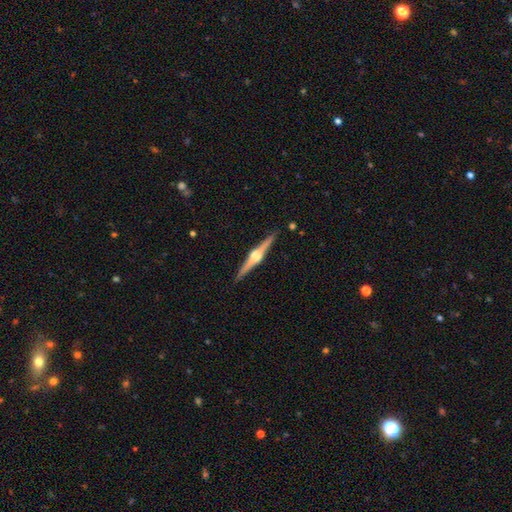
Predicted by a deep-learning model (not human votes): A featured or disk galaxy (85%) viewed edge-on (99%) with a rounded central bulge (95%).

Vote fractions:
- Smooth or featured? featured or disk: 85% / smooth: 10% / star or artifact: 5%
- Edge-on disk? yes: 99% / no: 1%
- Edge-on bulge? rounded: 95% / boxy: 4% / none: 1%
- Merging? none: 91% / minor disturbance: 6% / major disturbance: 1% / merger: 1%